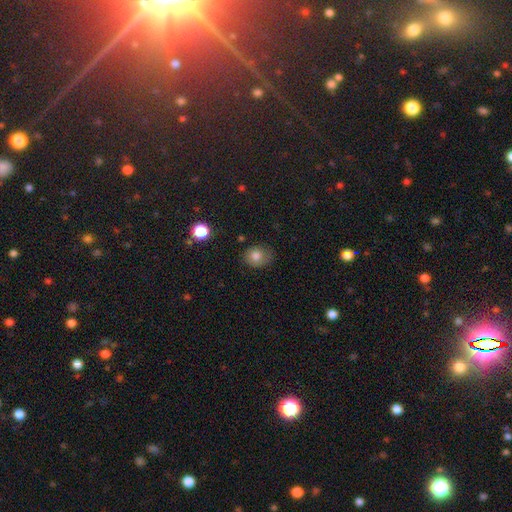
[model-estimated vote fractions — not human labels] Morphology: type=smooth (77%); roundness=round (62%); merging=none (70%).